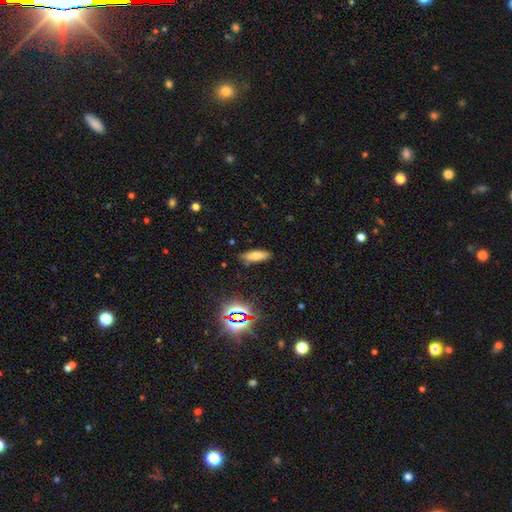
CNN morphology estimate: Smooth or featured: smooth — 70% (featured or disk — 15%)
How rounded: in between — 58% (cigar-shaped — 39%)
Merging: none — 82% (minor disturbance — 13%)